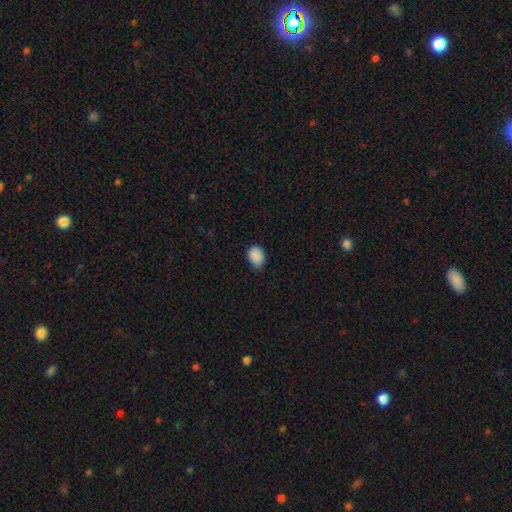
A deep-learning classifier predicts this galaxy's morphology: This appears to be a smooth galaxy with no disk features (89%) that is in between round and cigar-shaped (71%). Merging: none (73%).